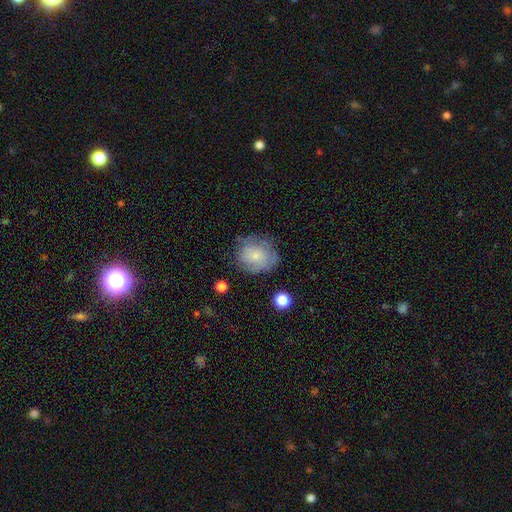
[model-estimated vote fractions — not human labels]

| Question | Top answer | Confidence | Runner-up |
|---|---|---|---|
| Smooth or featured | smooth | 66% | featured or disk (26%) |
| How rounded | round | 73% | in between (26%) |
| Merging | none | 62% | minor disturbance (25%) |